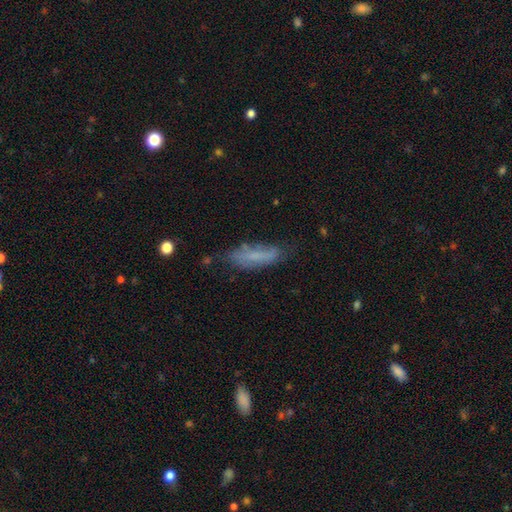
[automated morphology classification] smooth 61%, featured or disk 30%, star or artifact 9%. Down the decision tree: how rounded — cigar-shaped (57%); merging — none (62%).